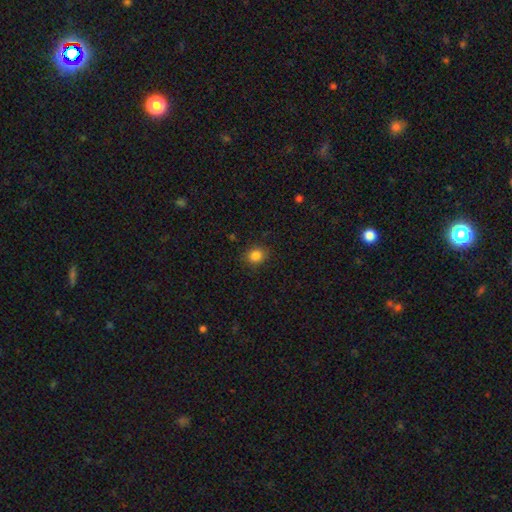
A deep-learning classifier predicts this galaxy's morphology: Smooth or featured?
  - smooth: 84% *
  - star or artifact: 11%
  - featured or disk: 5%
How rounded?
  - round: 72% *
  - in between: 27%
  - cigar-shaped: 1%
Merging?
  - none: 89% *
  - minor disturbance: 8%
  - major disturbance: 2%
  - merger: 1%